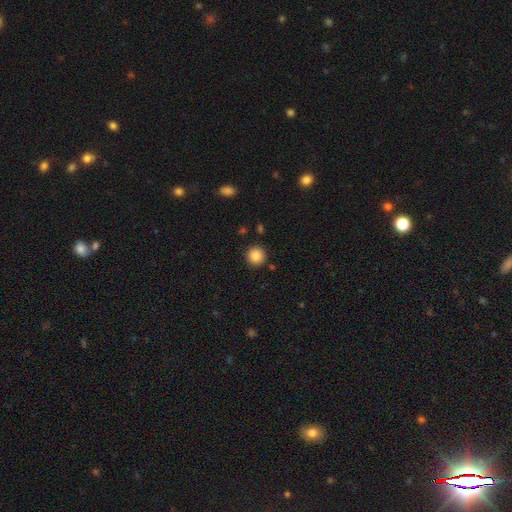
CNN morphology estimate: Overall: smooth (87%). How rounded: round (93%). Merging: none (89%).